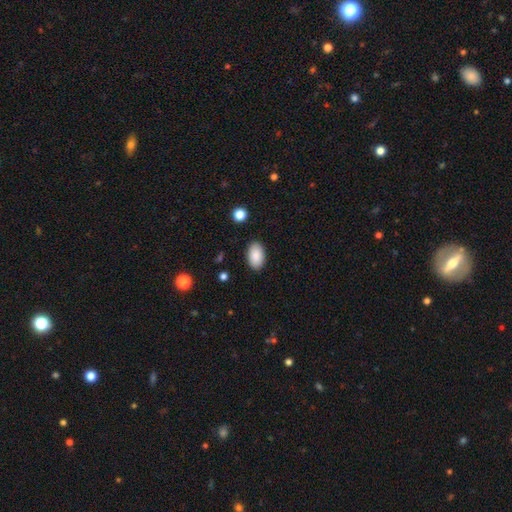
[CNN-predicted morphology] This is clearly a smooth galaxy (89%). How rounded: clearly in between (94%). Merging: clearly none (88%).